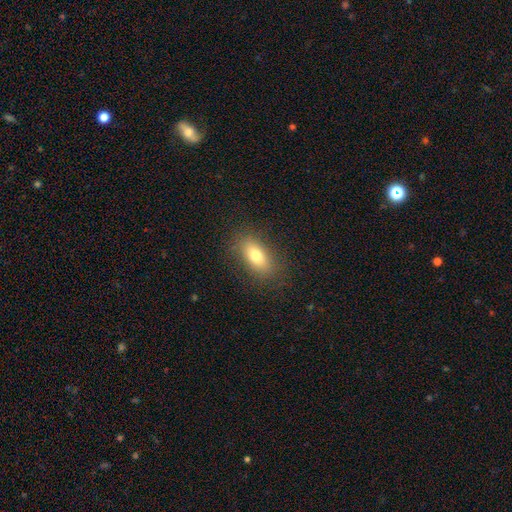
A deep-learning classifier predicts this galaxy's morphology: smooth 77%, featured or disk 14%, star or artifact 9%. Down the decision tree: how rounded — in between (84%); merging — none (86%).